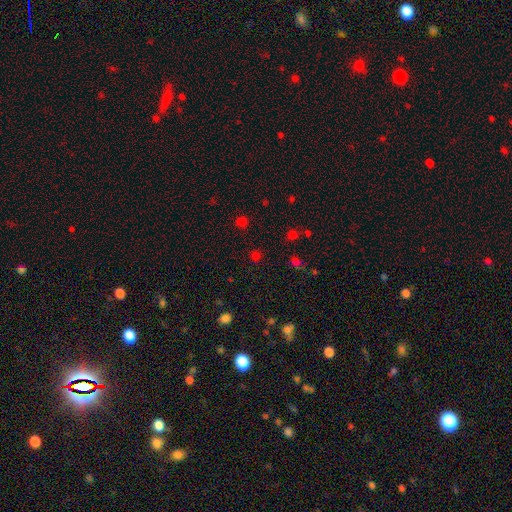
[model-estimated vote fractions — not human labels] smooth_or_featured: smooth (p=0.57) [alt: star or artifact p=0.38]
how_rounded: round (p=0.87) [alt: in between p=0.12]
merging: none (p=0.85) [alt: minor disturbance p=0.08]